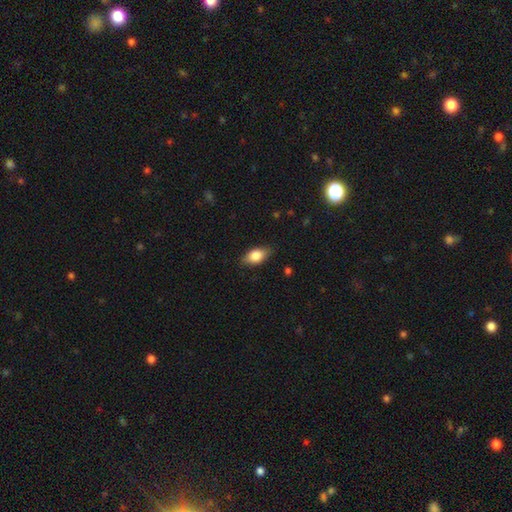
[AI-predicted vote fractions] A smooth galaxy with no disk features (77%) that is in between round and cigar-shaped (86%).

Vote fractions:
- Smooth or featured? smooth: 77% / featured or disk: 15% / star or artifact: 7%
- How rounded? in between: 86% / round: 8% / cigar-shaped: 6%
- Merging? none: 83% / minor disturbance: 14% / major disturbance: 3% / merger: 1%